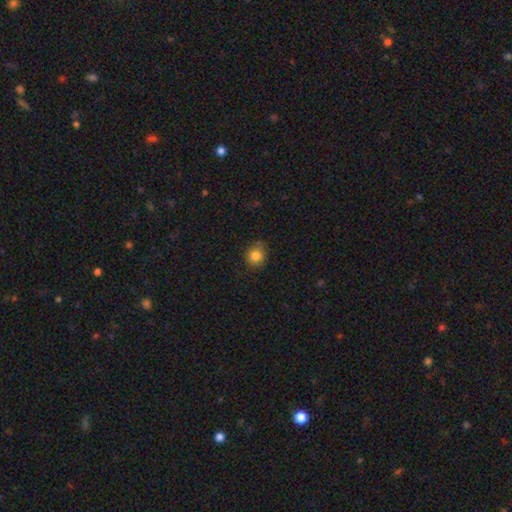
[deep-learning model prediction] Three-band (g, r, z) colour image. It shows a smooth galaxy with no disk features (83%) that is round (78%). Merging: none (79%).